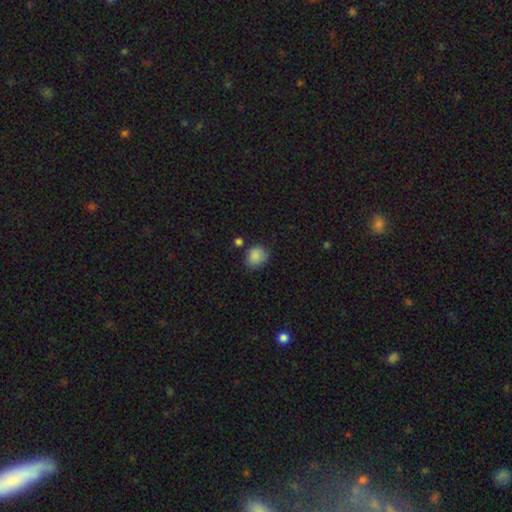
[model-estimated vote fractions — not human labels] smooth 86%, star or artifact 9%, featured or disk 5%. Down the decision tree: how rounded — round (69%); merging — none (73%).